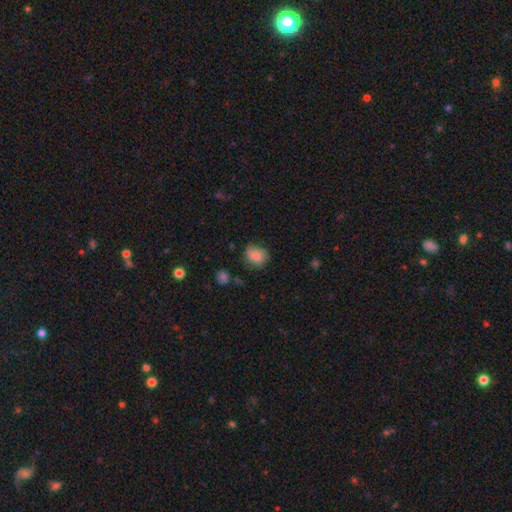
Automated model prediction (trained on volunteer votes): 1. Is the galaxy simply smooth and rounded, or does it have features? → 83% smooth, 9% star or artifact, 8% featured or disk.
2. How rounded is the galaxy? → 64% round, 35% in between, 1% cigar-shaped.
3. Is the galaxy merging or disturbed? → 62% none, 28% minor disturbance, 8% major disturbance, 2% merger.